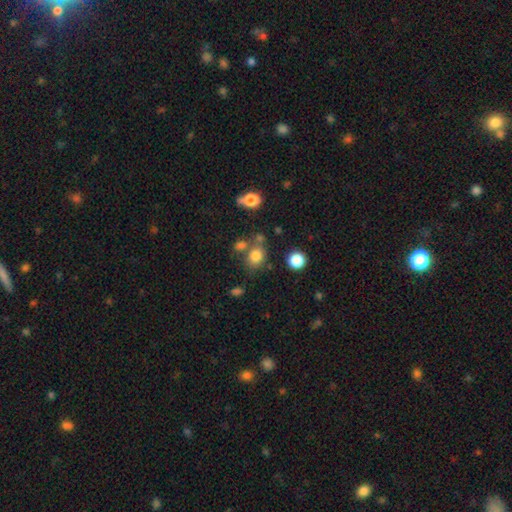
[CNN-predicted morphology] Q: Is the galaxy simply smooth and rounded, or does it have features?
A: smooth — 77%.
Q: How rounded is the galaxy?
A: round — 63%.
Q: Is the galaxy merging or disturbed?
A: none — 64%.